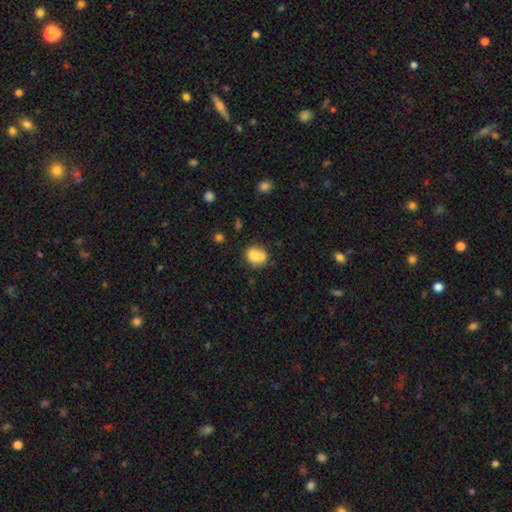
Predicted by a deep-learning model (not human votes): Smooth or featured?
  - smooth: 73% *
  - featured or disk: 18%
  - star or artifact: 9%
How rounded?
  - round: 64% *
  - in between: 35%
  - cigar-shaped: 1%
Merging?
  - merger: 51% *
  - none: 35%
  - minor disturbance: 10%
  - major disturbance: 4%